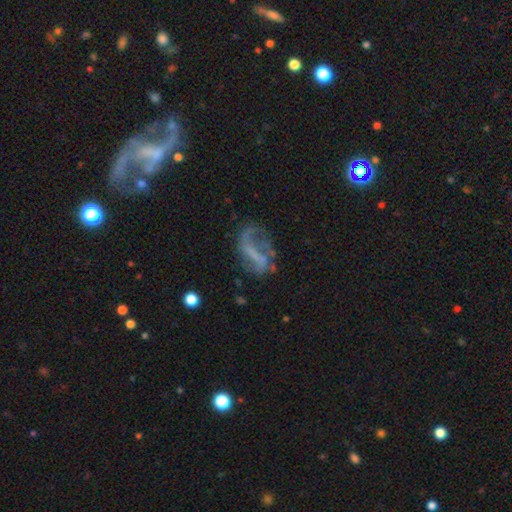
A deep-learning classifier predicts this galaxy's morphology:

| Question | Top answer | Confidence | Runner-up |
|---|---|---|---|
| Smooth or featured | featured or disk | 64% | smooth (23%) |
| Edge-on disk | no | 96% | yes (4%) |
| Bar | no | 42% | weak (33%) |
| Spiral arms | yes | 57% | no (43%) |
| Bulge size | none | 69% | small (18%) |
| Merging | none | 38% | major disturbance (35%) |